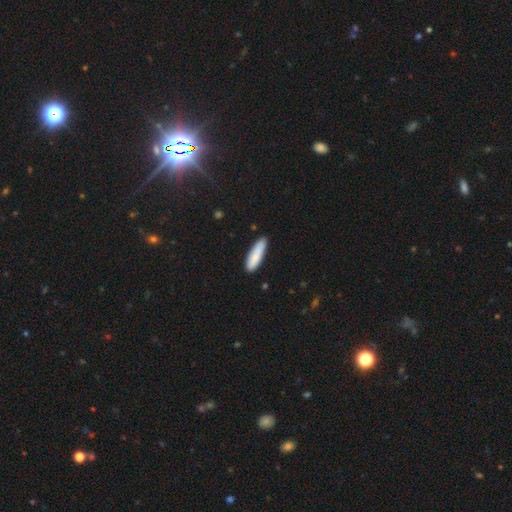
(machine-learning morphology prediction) smooth-or-featured: smooth: 84% | featured or disk: 10% | star or artifact: 6%
  how-rounded: cigar-shaped: 66% | in between: 32% | round: 1%
  merging: none: 83% | minor disturbance: 13% | major disturbance: 2% | merger: 2%